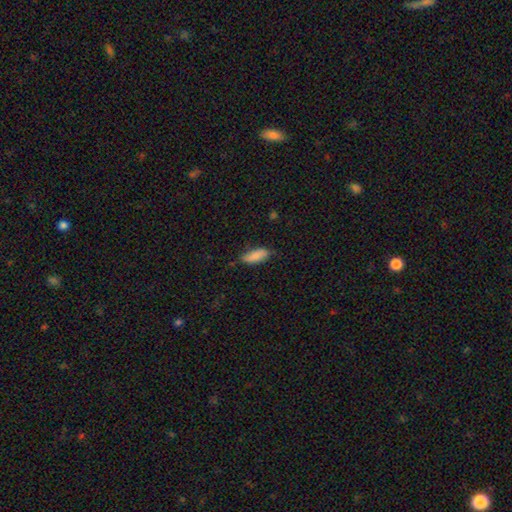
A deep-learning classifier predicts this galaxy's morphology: type=smooth (85%); roundness=in between (76%); merging=none (73%).